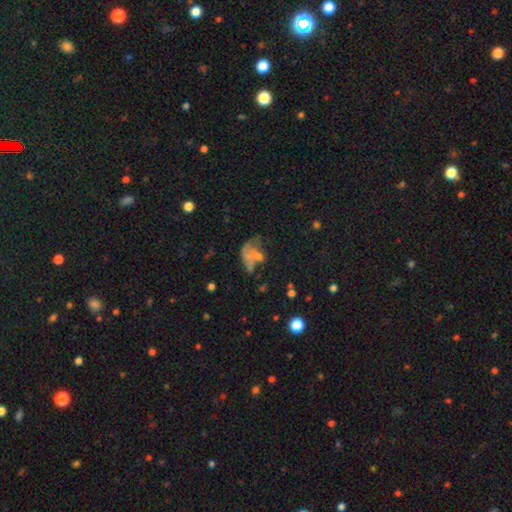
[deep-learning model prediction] A featured or disk galaxy (38%). Merging: major disturbance (38%).